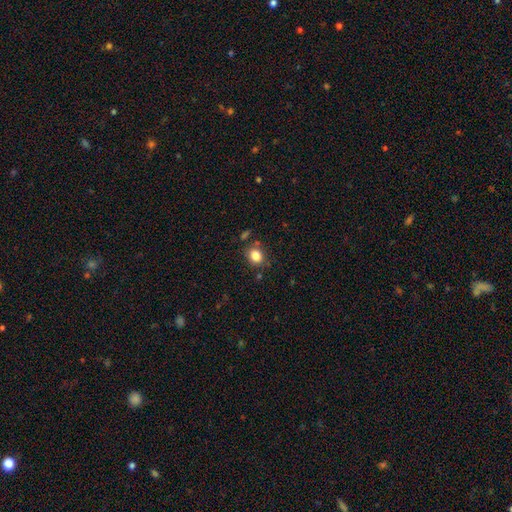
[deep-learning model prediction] Overall: smooth (82%). How rounded: round (52%; in between 47%). Merging: none (78%).